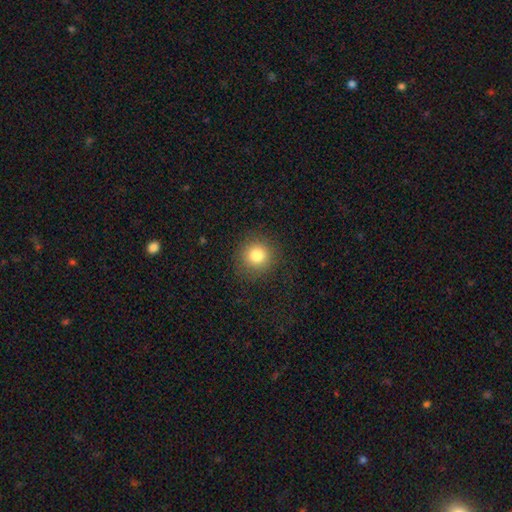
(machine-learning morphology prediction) type=smooth (81%); roundness=round (92%); merging=none (89%).